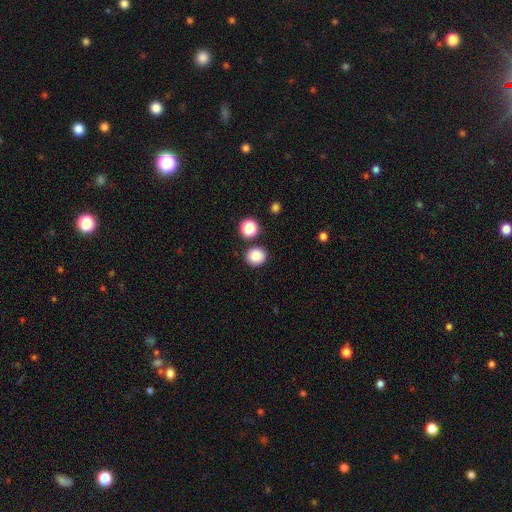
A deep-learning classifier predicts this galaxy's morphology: smooth-or-featured: smooth: 84% | star or artifact: 11% | featured or disk: 5%
  how-rounded: round: 85% | in between: 14% | cigar-shaped: 1%
  merging: none: 86% | minor disturbance: 7% | merger: 6% | major disturbance: 2%